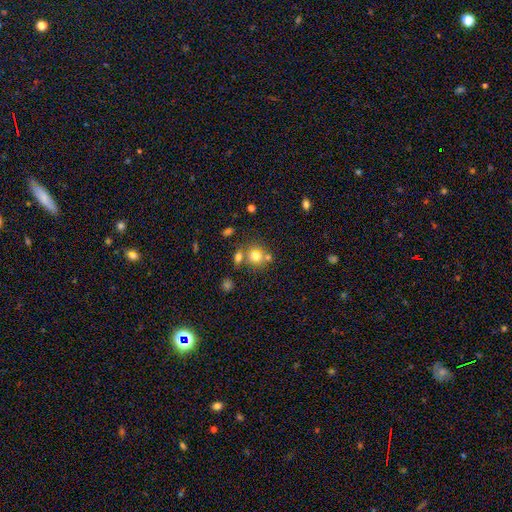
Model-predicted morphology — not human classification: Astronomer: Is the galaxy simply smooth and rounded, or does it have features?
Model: smooth — 74%.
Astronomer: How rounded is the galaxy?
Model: round — 84%.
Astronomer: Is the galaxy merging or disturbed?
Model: none — 59%.